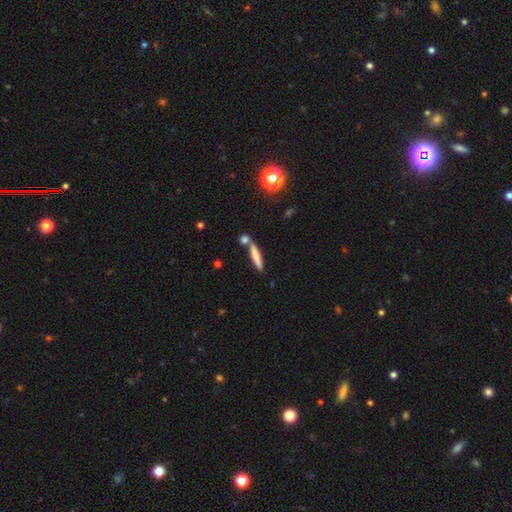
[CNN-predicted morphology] A smooth galaxy with no disk features (72%) that is cigar-shaped (89%). Merging: none (72%).